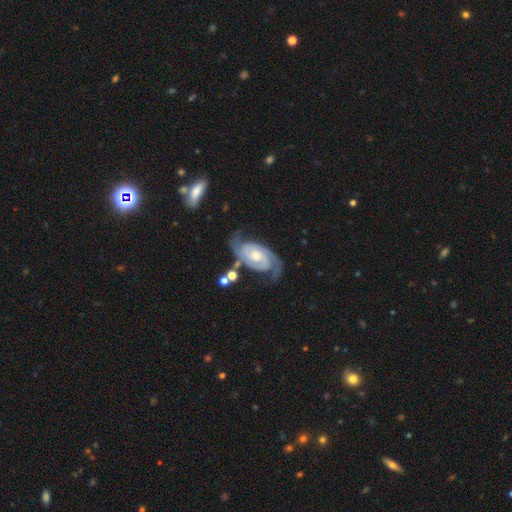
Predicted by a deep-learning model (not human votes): This is clearly a featured or disk galaxy (90%). It is clearly not viewed edge-on (97%). Bar: likely no (63%). Spiral arm pattern: clearly yes (98%). Spiral arm count: clearly 2 (90%). Spiral winding: possibly tight (51%). Central bulge: possibly moderate (58%). Merging: likely none (69%).